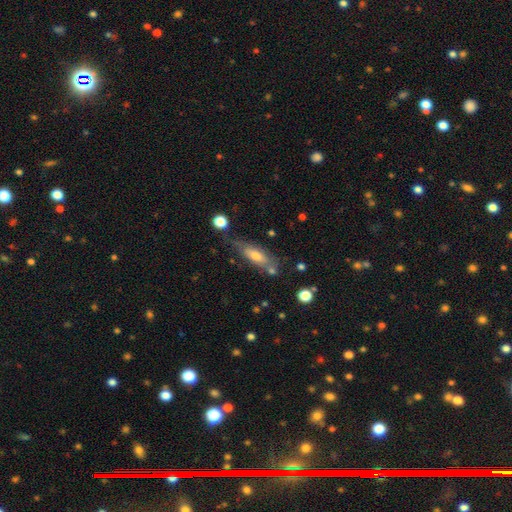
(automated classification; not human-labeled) Overall: smooth (54%; featured or disk 38%). How rounded: in between (53%; cigar-shaped 45%). Merging: none (60%; minor disturbance 23%).